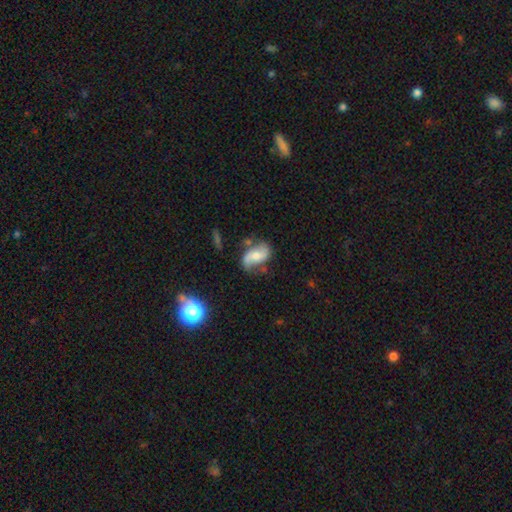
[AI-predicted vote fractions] This appears to be a featured or disk galaxy (70%) with no bar (53%), 2 (89%) loose (63%) spiral arms (91%) and a moderate central bulge (54%). Merging: none (62%).